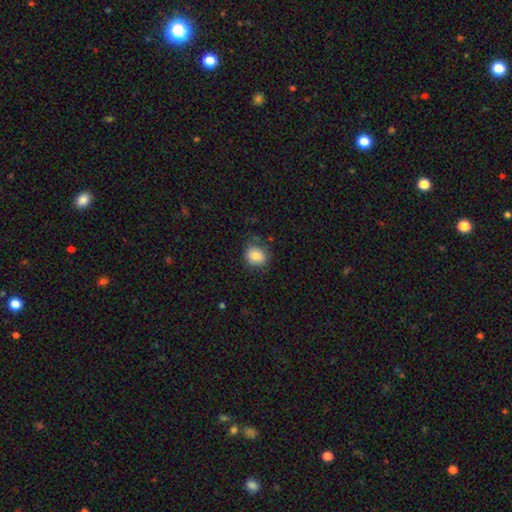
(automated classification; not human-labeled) Smooth or featured?
  - smooth: 83% *
  - featured or disk: 9%
  - star or artifact: 8%
How rounded?
  - round: 58% *
  - in between: 41%
  - cigar-shaped: 1%
Merging?
  - none: 70% *
  - minor disturbance: 20%
  - major disturbance: 8%
  - merger: 2%